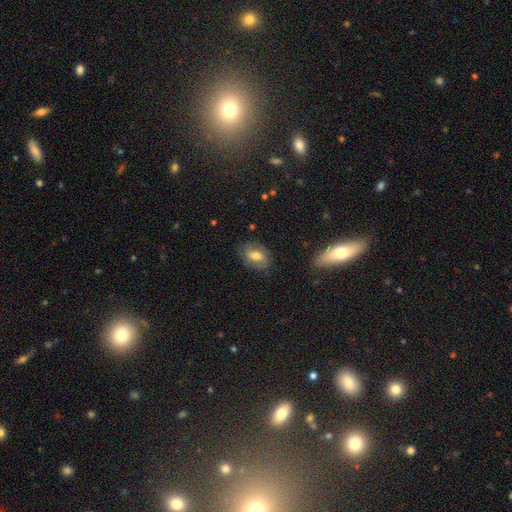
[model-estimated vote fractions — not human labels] smooth 57%, featured or disk 35%, star or artifact 9%. Down the decision tree: how rounded — in between (81%); merging — none (76%).